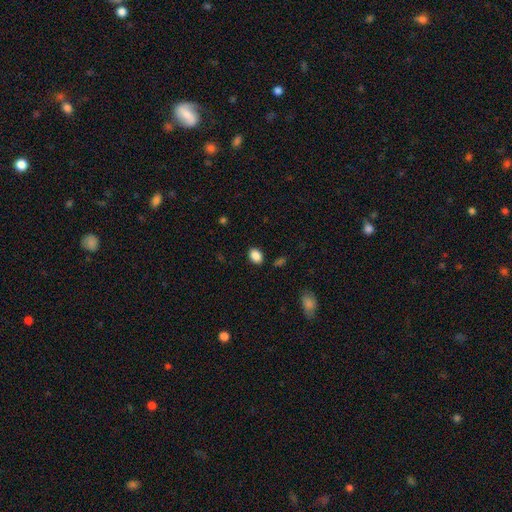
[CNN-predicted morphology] Smooth or featured? smooth (88%)
How rounded? in between (79%)
Merging? none (86%)